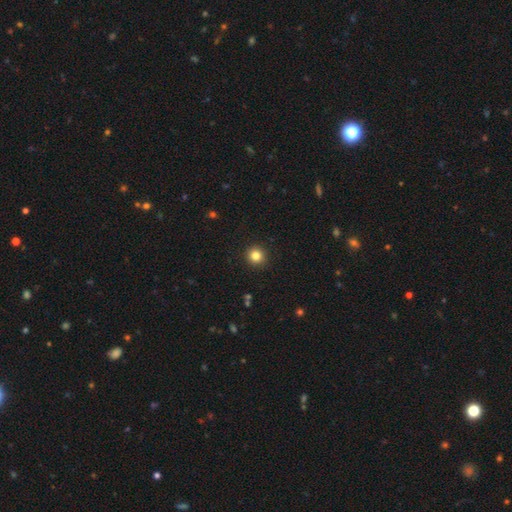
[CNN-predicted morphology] smooth 83%, star or artifact 12%, featured or disk 5%. Down the decision tree: how rounded — round (93%); merging — none (93%).